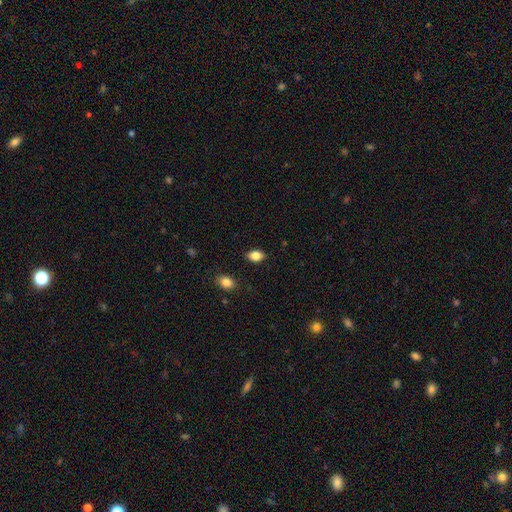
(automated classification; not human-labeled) A smooth galaxy with no disk features (83%) that is in between round and cigar-shaped (80%). Merging: none (86%).